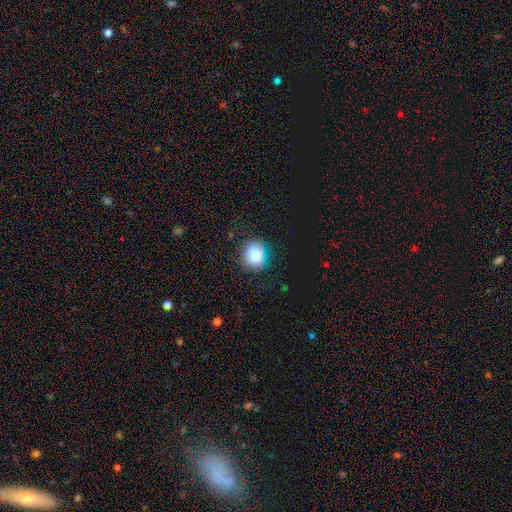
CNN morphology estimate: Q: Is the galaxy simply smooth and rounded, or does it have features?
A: smooth — 76%.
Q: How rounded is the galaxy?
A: round — 79%.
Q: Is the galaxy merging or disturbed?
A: none — 84%.